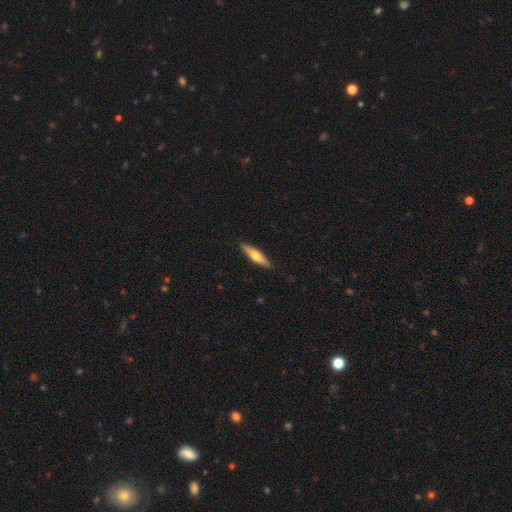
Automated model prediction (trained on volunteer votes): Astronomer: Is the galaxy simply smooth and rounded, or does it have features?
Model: smooth — 58% (runner-up: featured or disk, 36%).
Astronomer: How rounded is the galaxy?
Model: cigar-shaped — 76%.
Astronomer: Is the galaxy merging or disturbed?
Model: none — 90%.